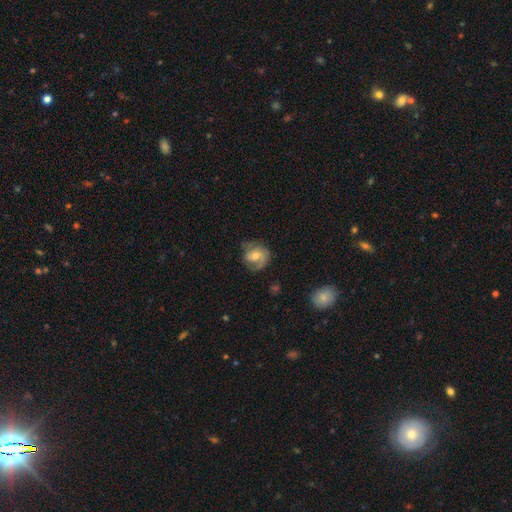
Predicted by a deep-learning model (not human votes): Smooth or featured?
  - featured or disk: 65% *
  - smooth: 28%
  - star or artifact: 7%
Edge-on disk?
  - no: 97% *
  - yes: 3%
Bar?
  - no: 52% *
  - weak: 39%
  - strong: 9%
Spiral arms?
  - yes: 88% *
  - no: 12%
Spiral winding?
  - medium: 41% * (tied)
  - tight: 41% * (tied)
  - loose: 18%
Spiral arm count?
  - 2: 51% *
  - 1: 27%
  - can't tell: 14%
  - 3: 5%
  - 4: 1%
  - more than 4: 1%
Bulge size?
  - moderate: 59% *
  - small: 29%
  - large: 8%
  - none: 3%
  - dominant: 1%
Merging?
  - none: 60% *
  - minor disturbance: 23%
  - major disturbance: 15%
  - merger: 2%